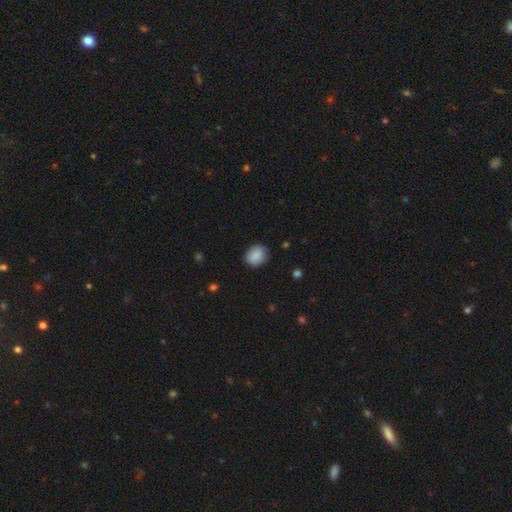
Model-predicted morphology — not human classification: smooth_or_featured: smooth (p=0.87) [alt: star or artifact p=0.07]
how_rounded: round (p=0.60) [alt: in between p=0.39]
merging: none (p=0.82) [alt: minor disturbance p=0.14]